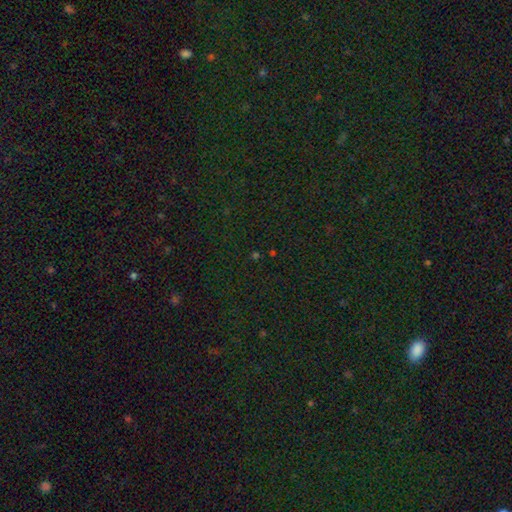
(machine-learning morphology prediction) type=star or artifact (71%).